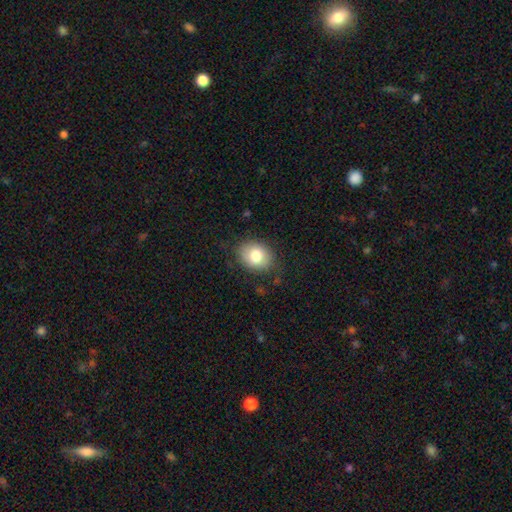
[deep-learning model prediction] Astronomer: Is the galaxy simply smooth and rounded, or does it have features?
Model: smooth — 80%.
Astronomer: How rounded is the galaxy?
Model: in between — 57% (runner-up: round, 42%).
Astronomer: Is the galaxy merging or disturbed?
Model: none — 80%.